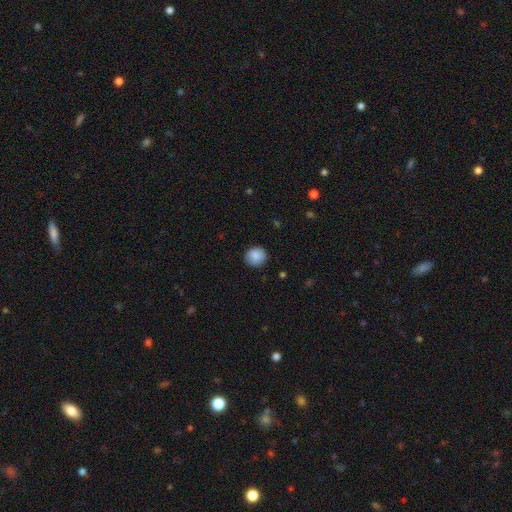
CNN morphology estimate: A smooth galaxy with no disk features (88%) that is round (87%). Merging: none (88%).